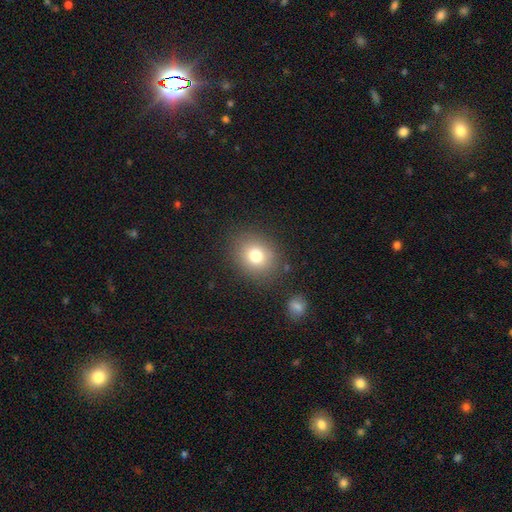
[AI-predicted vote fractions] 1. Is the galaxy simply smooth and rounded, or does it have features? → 77% smooth, 12% star or artifact, 10% featured or disk.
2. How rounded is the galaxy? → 69% round, 30% in between, 1% cigar-shaped.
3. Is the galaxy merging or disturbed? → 84% none, 10% minor disturbance, 4% major disturbance, 3% merger.